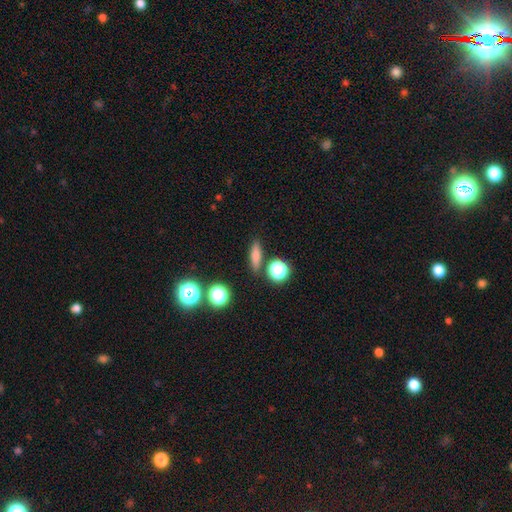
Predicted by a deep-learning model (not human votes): Overall: smooth (69%). How rounded: cigar-shaped (56%; in between 30%). Merging: none (84%).